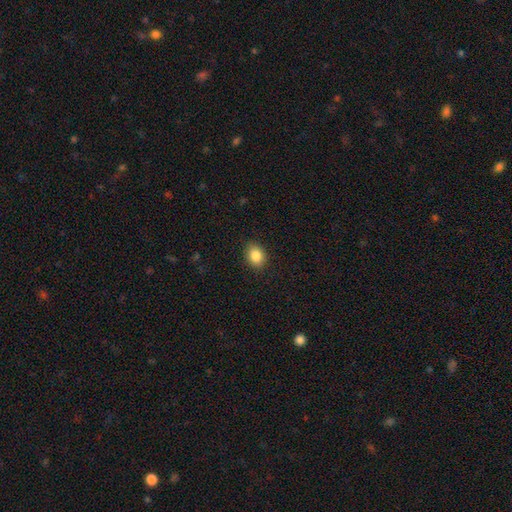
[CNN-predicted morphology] smooth 86%, star or artifact 9%, featured or disk 5%. Down the decision tree: how rounded — in between (61%); merging — none (89%).